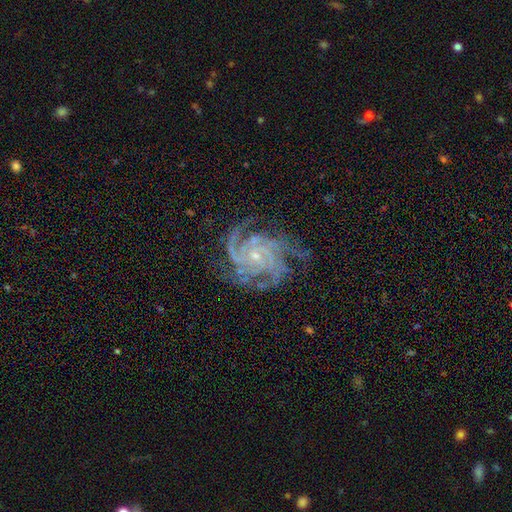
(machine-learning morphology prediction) Smooth or featured: featured or disk — 90% (star or artifact — 7%)
Edge-on disk: no — 98% (yes — 2%)
Bar: no — 70% (weak — 22%)
Spiral arms: yes — 98% (no — 2%)
Spiral winding: tight — 63% (medium — 32%)
Spiral arm count: 4 — 35% (3 — 20%)
Bulge size: small — 78% (moderate — 17%)
Merging: none — 74% (minor disturbance — 16%)